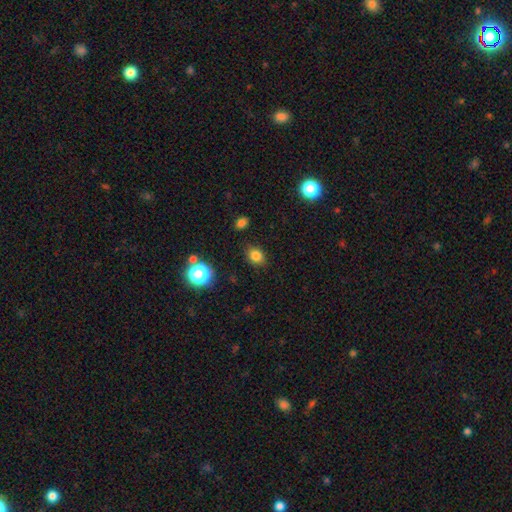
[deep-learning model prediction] Smooth or featured? smooth (80%)
How rounded? in between (54%)
Merging? none (85%)